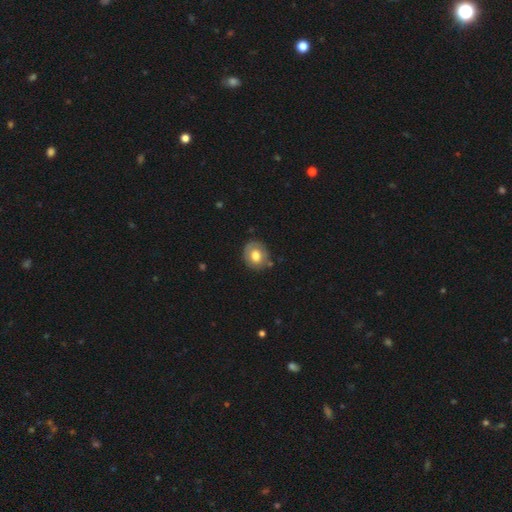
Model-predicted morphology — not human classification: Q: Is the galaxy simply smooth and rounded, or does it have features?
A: smooth — 63%.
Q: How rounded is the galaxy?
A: round — 66%.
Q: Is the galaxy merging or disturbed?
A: none — 73%.